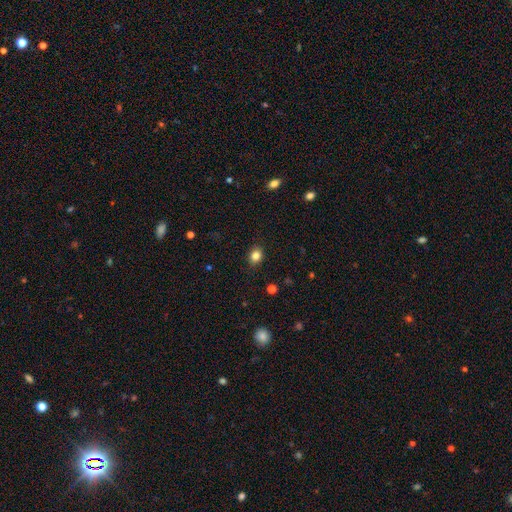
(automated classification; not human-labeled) Overall: smooth (83%). How rounded: in between (52%; round 46%). Merging: none (87%).